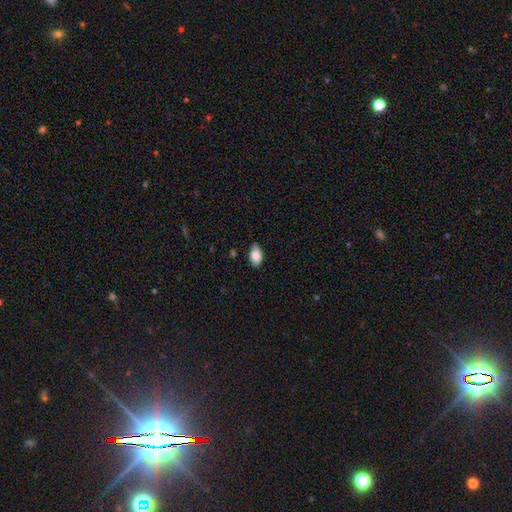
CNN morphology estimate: A smooth galaxy with no disk features (85%) that is in between round and cigar-shaped (92%). Merging: none (71%).